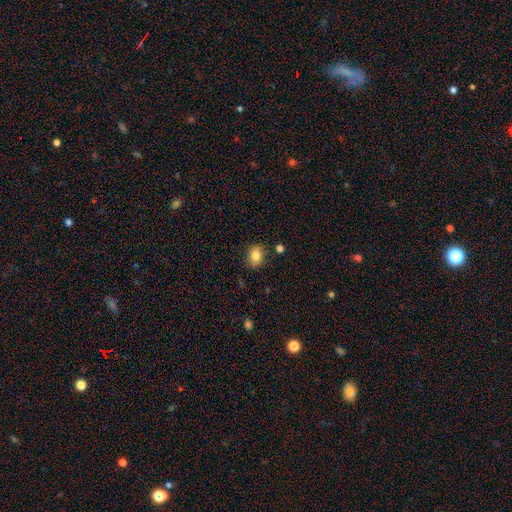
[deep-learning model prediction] Overall: smooth (84%). How rounded: in between (56%; round 43%). Merging: none (84%).